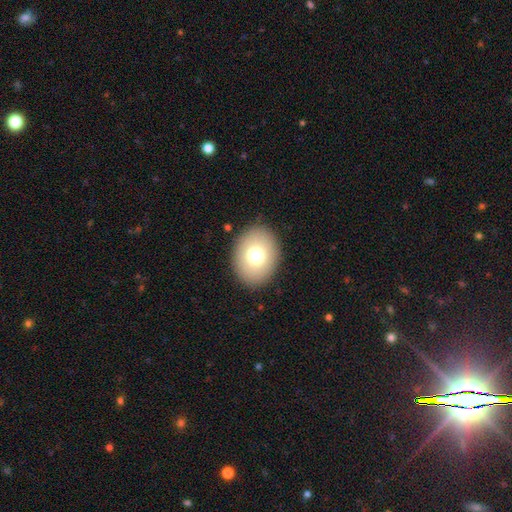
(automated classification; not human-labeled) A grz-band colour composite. It shows a smooth galaxy with no disk features (75%) that is in between round and cigar-shaped (61%). Merging: none (89%).